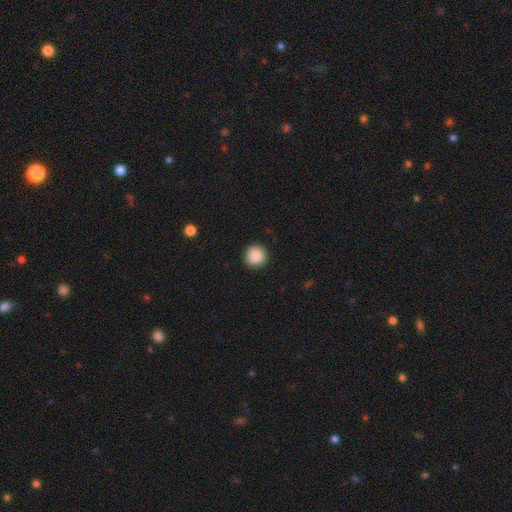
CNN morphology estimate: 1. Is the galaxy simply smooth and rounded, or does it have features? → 87% smooth, 8% star or artifact, 5% featured or disk.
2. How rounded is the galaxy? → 95% round, 4% in between, 1% cigar-shaped.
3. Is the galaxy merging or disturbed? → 90% none, 7% minor disturbance, 2% major disturbance, 1% merger.